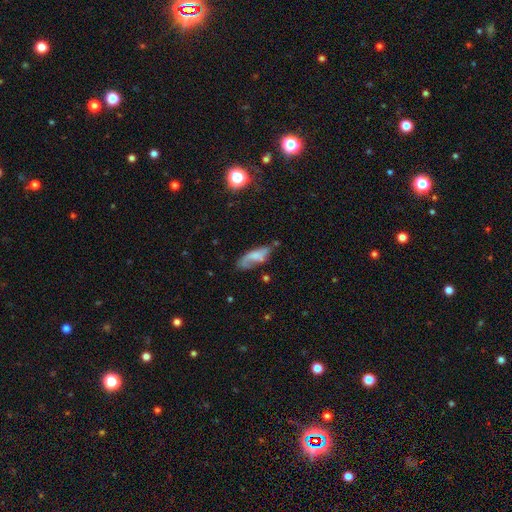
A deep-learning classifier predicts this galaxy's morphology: Smooth or featured?
  - smooth: 50% *
  - featured or disk: 41%
  - star or artifact: 9%
Merging?
  - none: 42% *
  - minor disturbance: 29%
  - major disturbance: 22%
  - merger: 8%